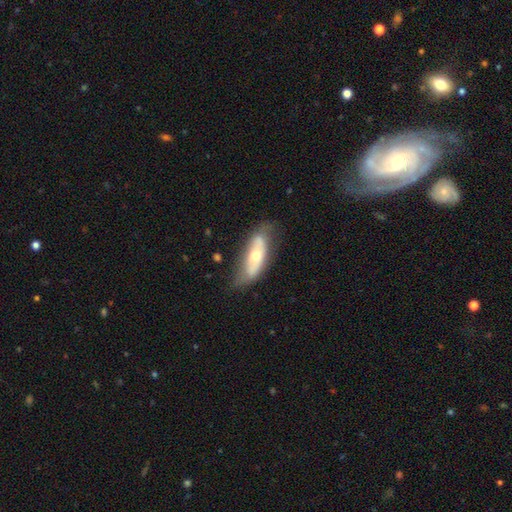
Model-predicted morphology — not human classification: Smooth or featured: featured or disk — 50% (smooth — 44%)
Edge-on disk: no — 75% (yes — 25%)
Merging: none — 62% (minor disturbance — 26%)